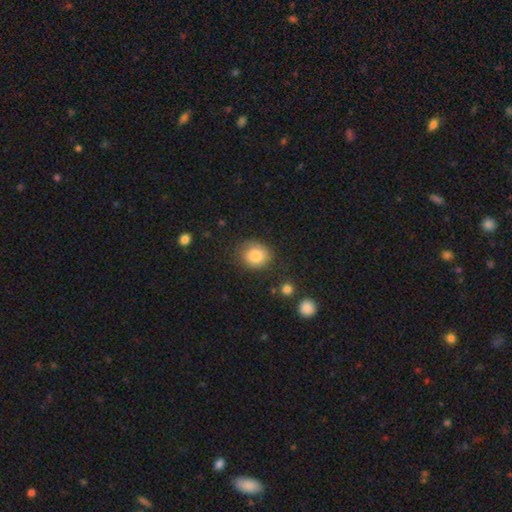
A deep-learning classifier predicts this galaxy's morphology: Q: Smooth or featured?
A: smooth (82%); runner-up: star or artifact (9%)
Q: How rounded?
A: round (77%); runner-up: in between (23%)
Q: Merging?
A: none (80%); runner-up: minor disturbance (14%)